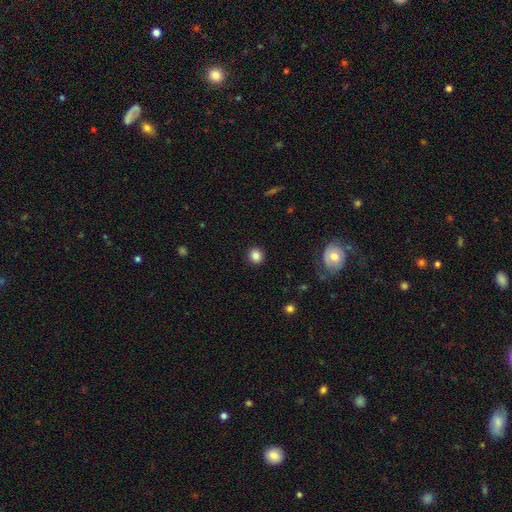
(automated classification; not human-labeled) smooth_or_featured: smooth (p=0.86) [alt: star or artifact p=0.10]
how_rounded: round (p=0.88) [alt: in between p=0.12]
merging: none (p=0.92) [alt: minor disturbance p=0.05]